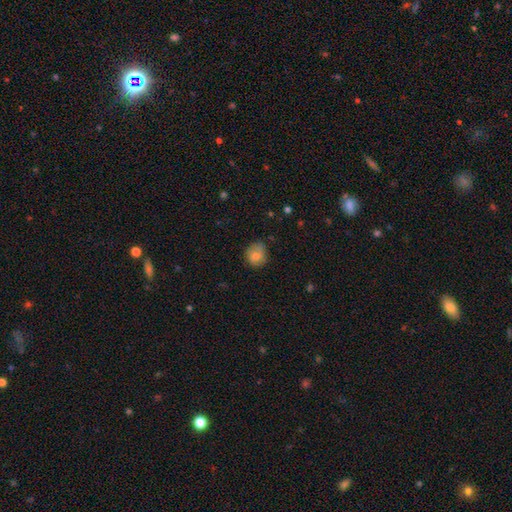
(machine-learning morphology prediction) smooth-or-featured: smooth: 76% | featured or disk: 15% | star or artifact: 9%
  how-rounded: round: 76% | in between: 23% | cigar-shaped: 1%
  merging: none: 69% | minor disturbance: 25% | major disturbance: 5% | merger: 1%